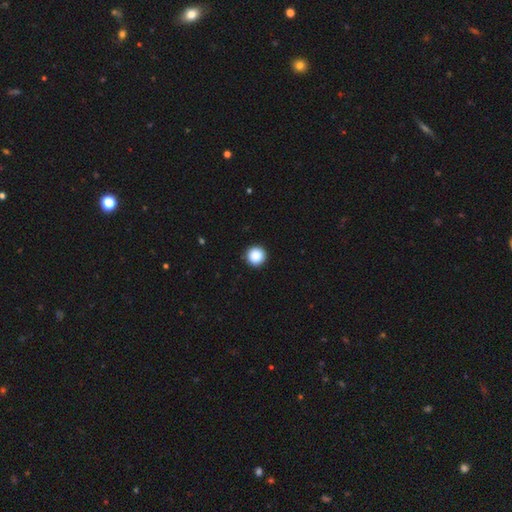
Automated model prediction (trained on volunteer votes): Overall: smooth (89%). How rounded: round (97%). Merging: none (93%).